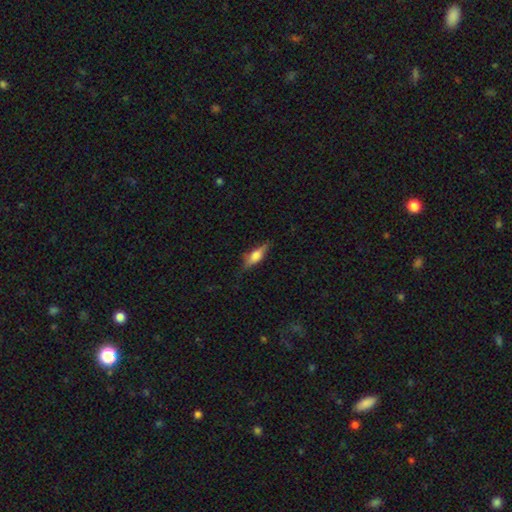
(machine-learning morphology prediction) Overall: featured or disk (49%; smooth 44%). Merging: none (80%).